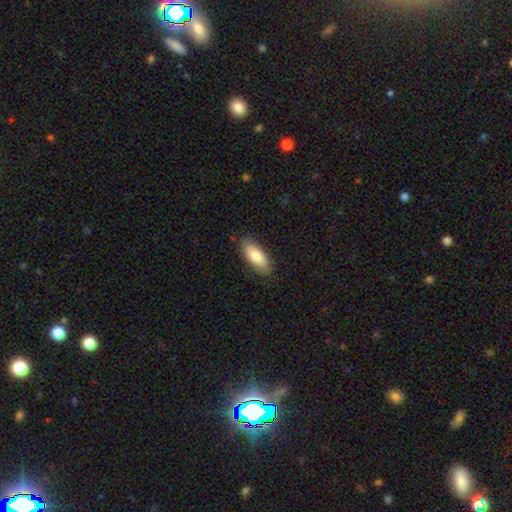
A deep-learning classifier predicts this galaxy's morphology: Q: Smooth or featured?
A: smooth (79%); runner-up: featured or disk (15%)
Q: How rounded?
A: in between (80%); runner-up: cigar-shaped (17%)
Q: Merging?
A: none (86%); runner-up: minor disturbance (11%)